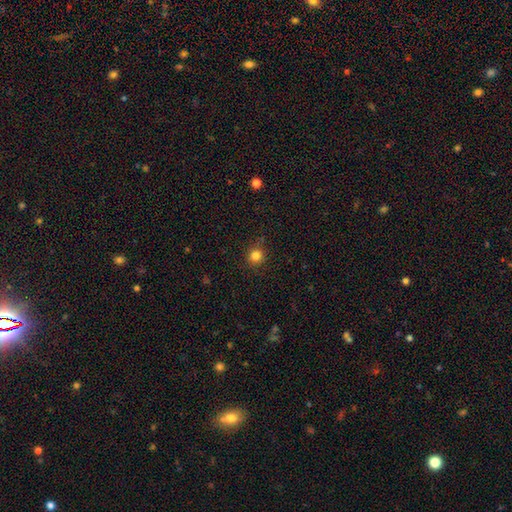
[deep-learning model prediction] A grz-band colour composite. It shows a smooth galaxy with no disk features (82%) that is round (92%). Merging: none (89%).